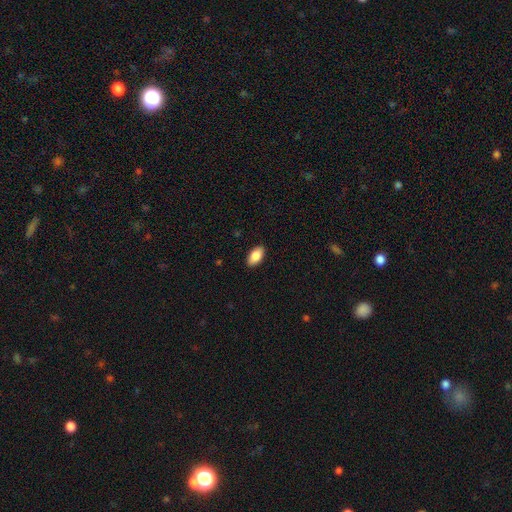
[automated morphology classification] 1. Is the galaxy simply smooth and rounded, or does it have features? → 88% smooth, 7% star or artifact, 6% featured or disk.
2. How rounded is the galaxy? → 94% in between, 4% round, 2% cigar-shaped.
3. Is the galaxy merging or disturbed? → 89% none, 8% minor disturbance, 2% major disturbance, 1% merger.